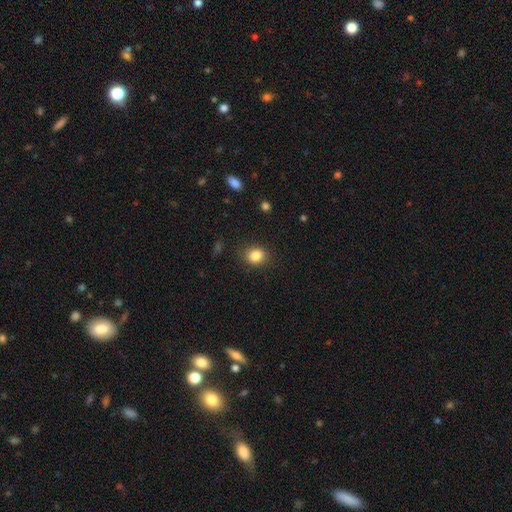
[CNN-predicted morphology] This appears to be a smooth galaxy with no disk features (85%) that is round (56%). Merging: none (84%).